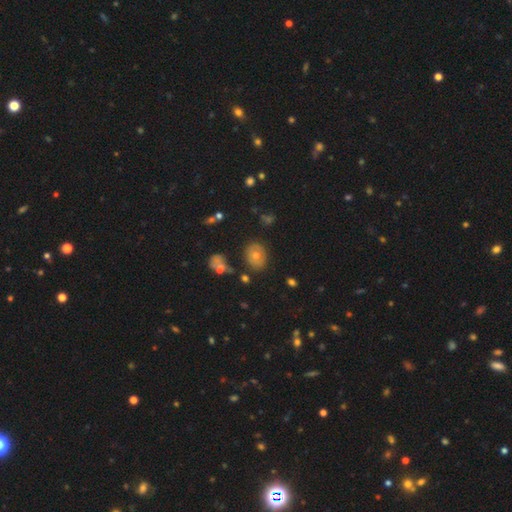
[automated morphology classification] Overall: smooth (63%; featured or disk 24%). How rounded: in between (54%; round 45%). Merging: none (76%).